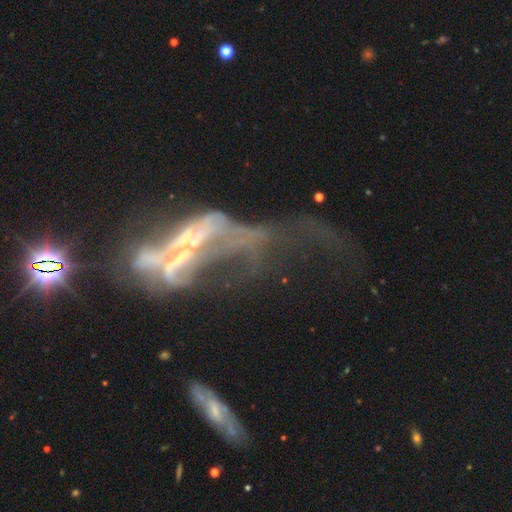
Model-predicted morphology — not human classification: Smooth or featured? featured or disk (64%)
Edge-on disk? no (77%)
Merging? major disturbance (42%)